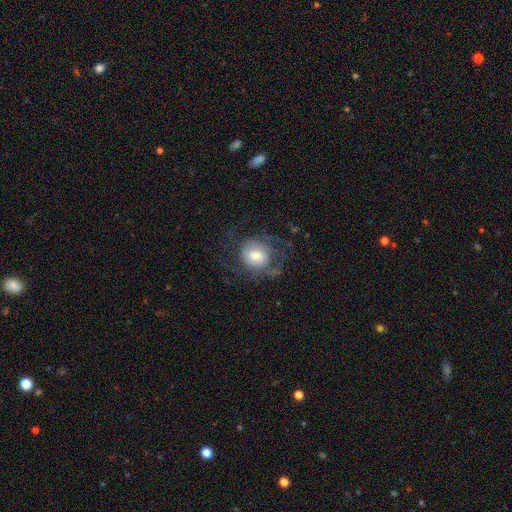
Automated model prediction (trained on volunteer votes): smooth-or-featured: featured or disk: 58% | smooth: 32% | star or artifact: 9%
  disk-edge-on: no: 97% | yes: 3%
    bar: no: 62% | weak: 32% | strong: 6%
    has-spiral-arms: yes: 79% | no: 21%
    bulge-size: moderate: 50% | large: 30% | small: 14% | dominant: 4% | none: 3%
  merging: none: 54% | major disturbance: 26% | minor disturbance: 19% | merger: 2%